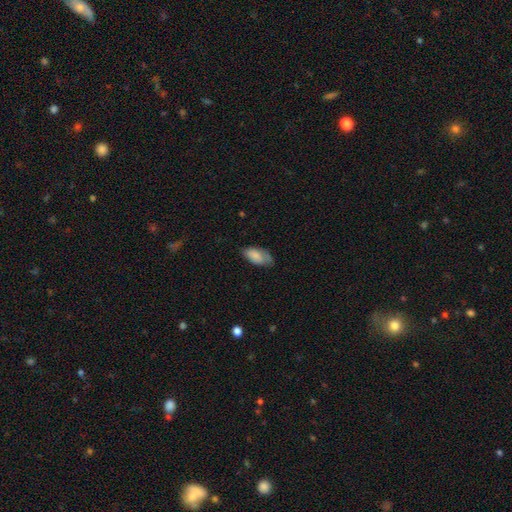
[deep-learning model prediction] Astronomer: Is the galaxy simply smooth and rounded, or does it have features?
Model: smooth — 81%.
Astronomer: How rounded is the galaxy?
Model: in between — 93%.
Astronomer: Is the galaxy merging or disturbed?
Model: none — 58%.